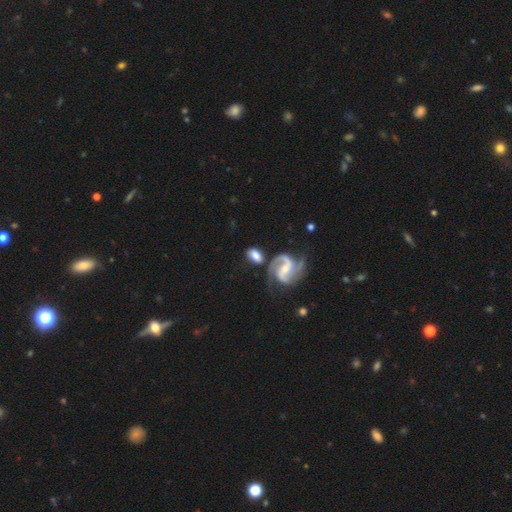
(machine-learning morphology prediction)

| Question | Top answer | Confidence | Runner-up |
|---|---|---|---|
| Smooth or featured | featured or disk | 53% | smooth (40%) |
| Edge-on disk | no | 95% | yes (5%) |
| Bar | weak | 43% | strong (29%) |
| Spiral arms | yes | 91% | no (9%) |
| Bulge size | small | 52% | moderate (34%) |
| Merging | none | 57% | minor disturbance (18%) |